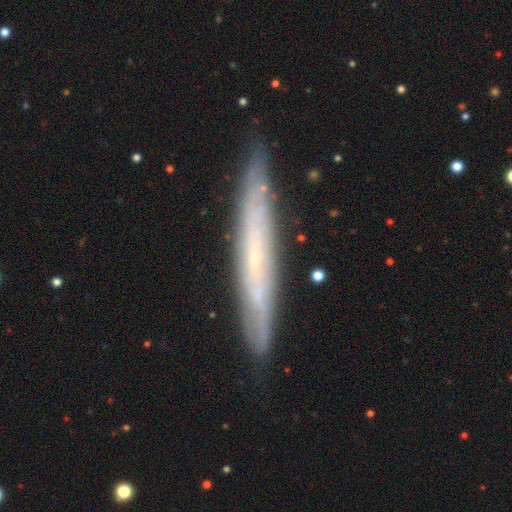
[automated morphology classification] Smooth or featured? featured or disk (65%)
Edge-on disk? yes (74%)
Merging? none (84%)